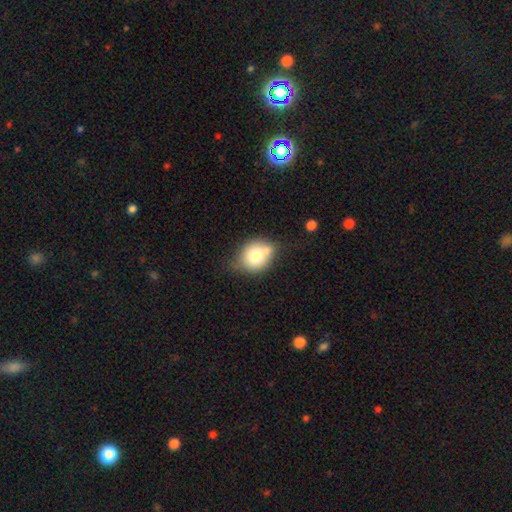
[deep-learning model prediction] smooth-or-featured: smooth: 70% | featured or disk: 20% | star or artifact: 10%
  how-rounded: round: 57% | in between: 42% | cigar-shaped: 1%
  merging: none: 45% | merger: 25% | minor disturbance: 23% | major disturbance: 7%